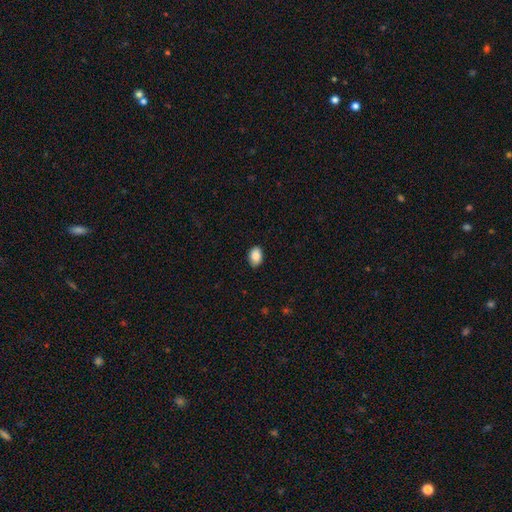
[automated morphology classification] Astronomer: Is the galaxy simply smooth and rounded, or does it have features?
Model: smooth — 88%.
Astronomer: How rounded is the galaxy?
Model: in between — 85%.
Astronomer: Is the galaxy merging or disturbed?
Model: none — 84%.